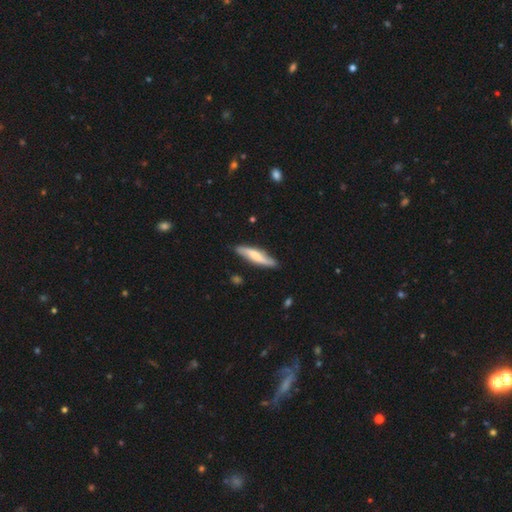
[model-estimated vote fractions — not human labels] Smooth or featured? Predicted: smooth (p=0.48). Merging? Predicted: none (p=0.80).